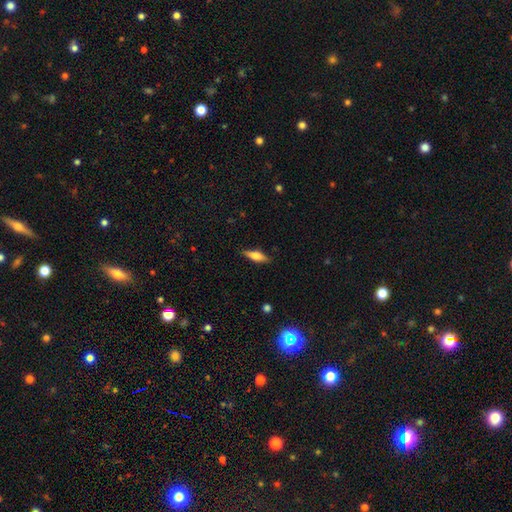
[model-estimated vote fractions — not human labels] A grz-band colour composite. It shows a smooth galaxy with no disk features (64%) that is cigar-shaped (52%). Merging: none (85%).